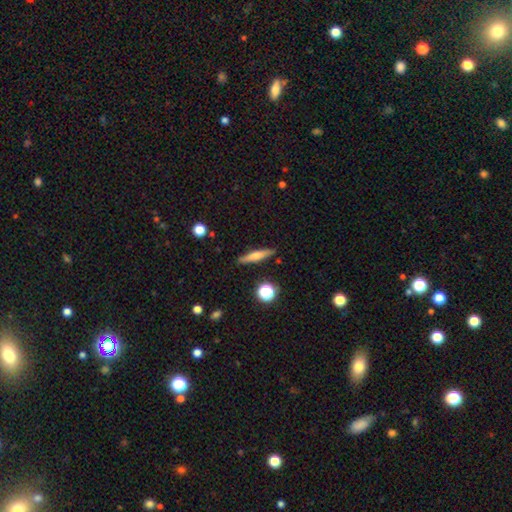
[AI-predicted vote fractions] The model was most divided on "smooth or featured": smooth: 55%, featured or disk: 37%, star or artifact: 8%. More confident: merging — none (88%); how rounded — cigar-shaped (86%).